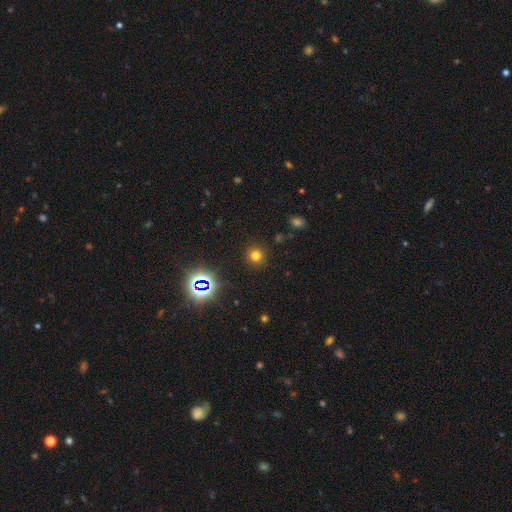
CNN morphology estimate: type=smooth (72%); roundness=round (92%); merging=none (90%).